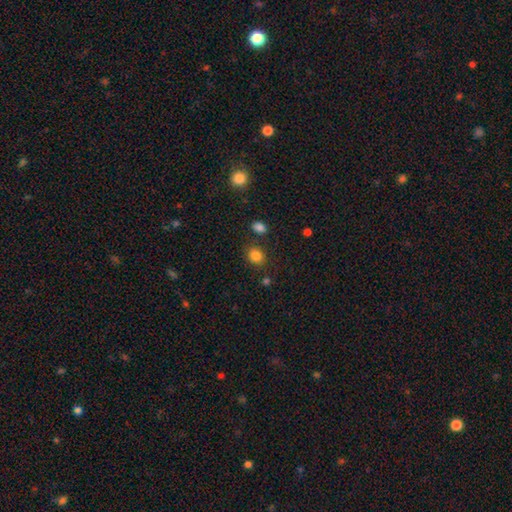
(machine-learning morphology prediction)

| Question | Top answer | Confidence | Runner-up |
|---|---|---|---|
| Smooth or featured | smooth | 84% | star or artifact (11%) |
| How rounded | round | 60% | in between (39%) |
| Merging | none | 81% | minor disturbance (11%) |